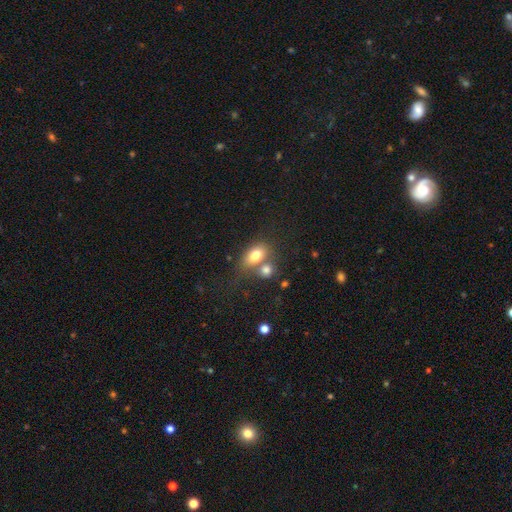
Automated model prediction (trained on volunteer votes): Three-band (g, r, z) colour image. It shows a smooth galaxy with no disk features (77%) that is in between round and cigar-shaped (79%). Merging: merger (47%).